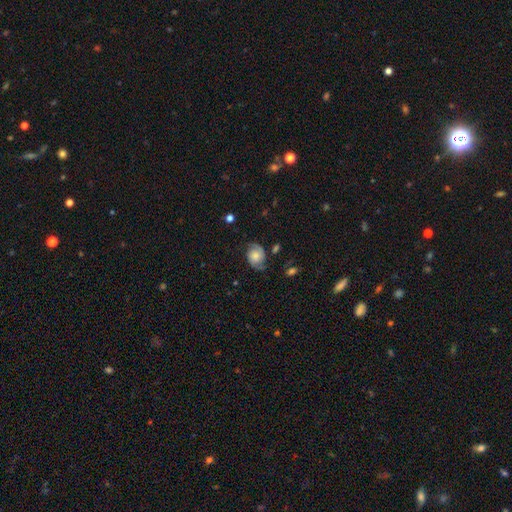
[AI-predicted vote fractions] Smooth or featured? featured or disk (70%)
Edge-on disk? no (97%)
Bar? no (73%)
Spiral arms? yes (94%)
Spiral winding? medium (45%)
Spiral arm count? 2 (89%)
Bulge size? moderate (36%)
Merging? none (70%)